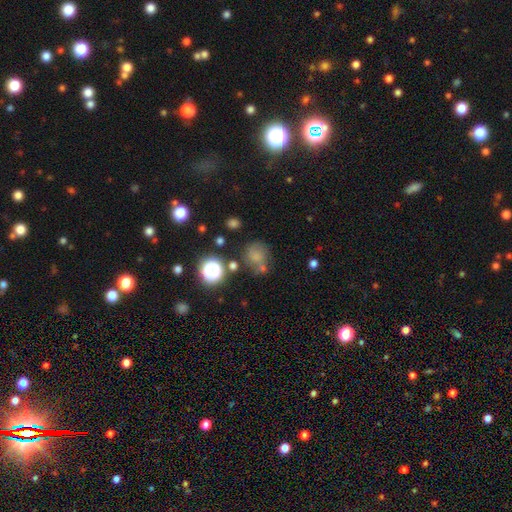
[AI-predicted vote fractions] smooth-or-featured: smooth: 67% | star or artifact: 21% | featured or disk: 11%
  how-rounded: round: 79% | in between: 20% | cigar-shaped: 1%
  merging: none: 57% | minor disturbance: 20% | merger: 13% | major disturbance: 10%